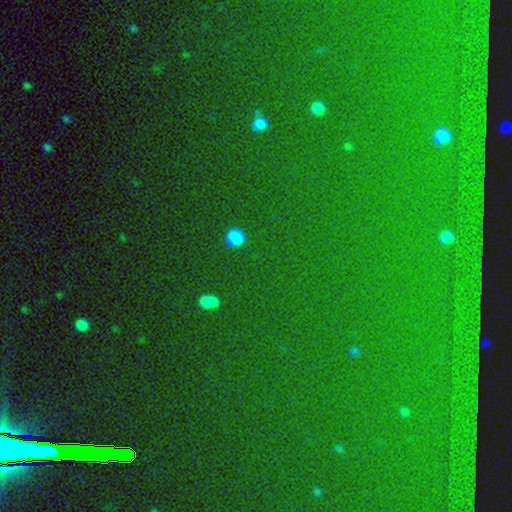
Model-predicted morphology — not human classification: Q: Smooth or featured?
A: star or artifact (79%); runner-up: smooth (13%)